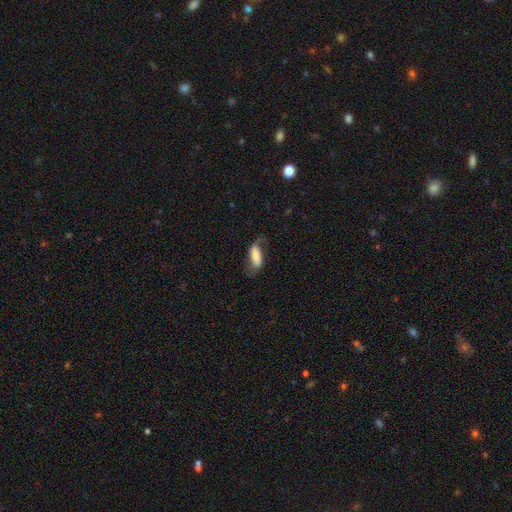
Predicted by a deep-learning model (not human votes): Smooth or featured? smooth (59%)
How rounded? in between (72%)
Merging? none (53%)